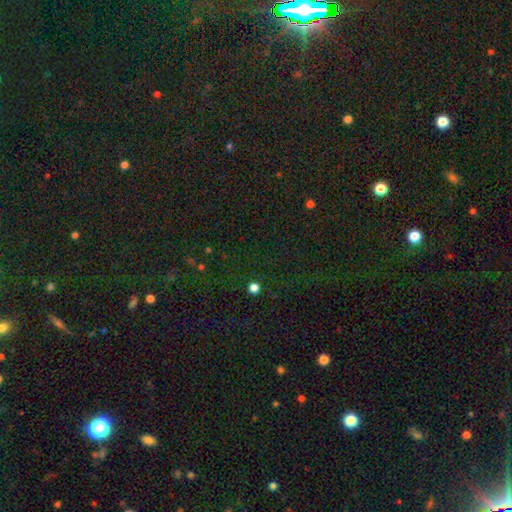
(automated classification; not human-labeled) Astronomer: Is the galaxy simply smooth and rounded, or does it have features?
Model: star or artifact — 77%.